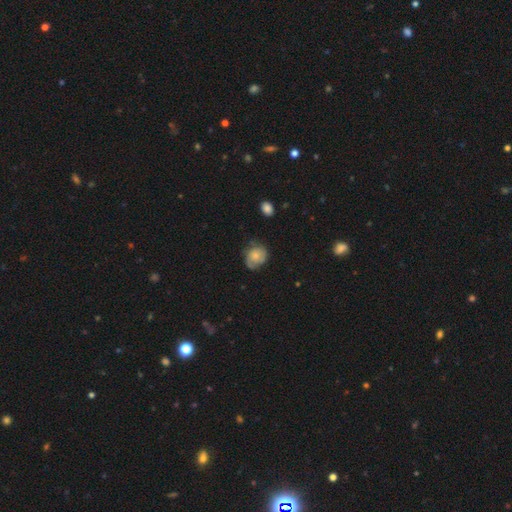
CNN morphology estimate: This appears to be a smooth galaxy with no disk features (56%) that is round (61%). Merging: none (58%).